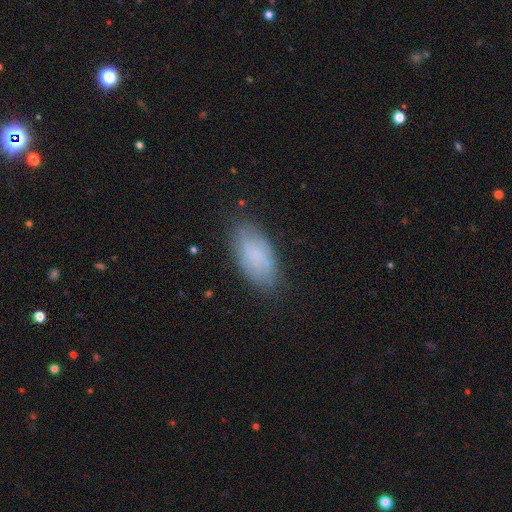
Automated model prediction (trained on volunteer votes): Smooth or featured? smooth (71%)
How rounded? in between (92%)
Merging? none (75%)